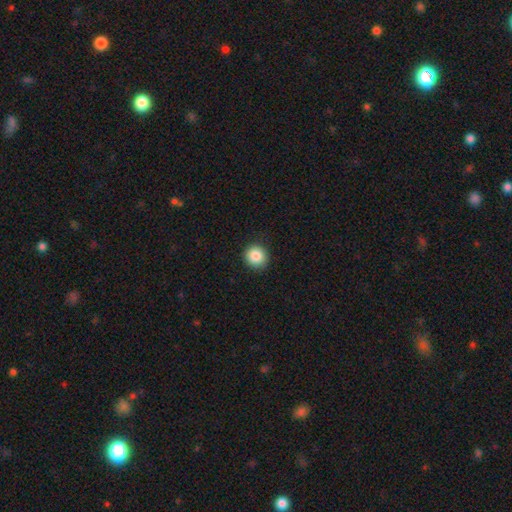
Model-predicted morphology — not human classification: This appears to be a smooth galaxy with no disk features (86%) that is round (93%). Merging: none (91%).